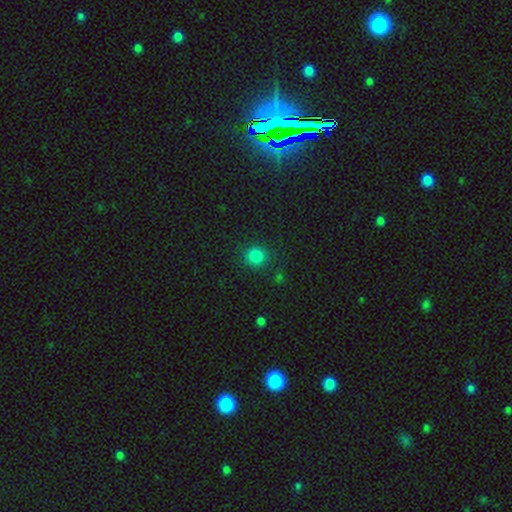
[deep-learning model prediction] Morphology: type=smooth (82%); roundness=round (90%); merging=none (85%).